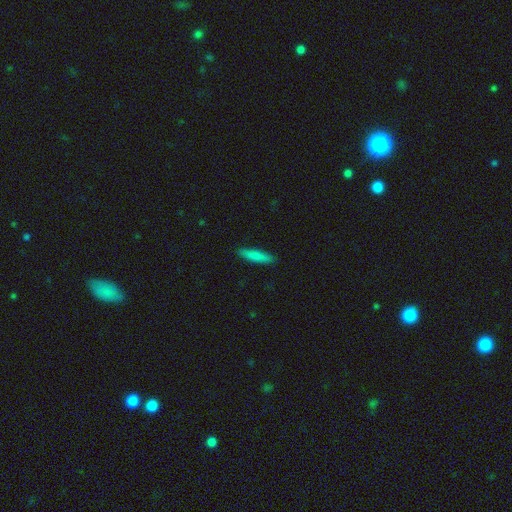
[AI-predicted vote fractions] Smooth or featured: smooth — 83% (featured or disk — 11%)
How rounded: cigar-shaped — 84% (in between — 14%)
Merging: none — 90% (minor disturbance — 7%)